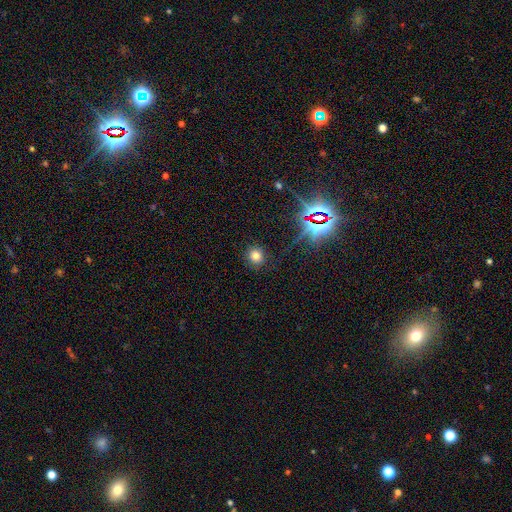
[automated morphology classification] Smooth or featured: smooth — 73% (star or artifact — 19%)
How rounded: round — 89% (in between — 10%)
Merging: none — 88% (minor disturbance — 8%)